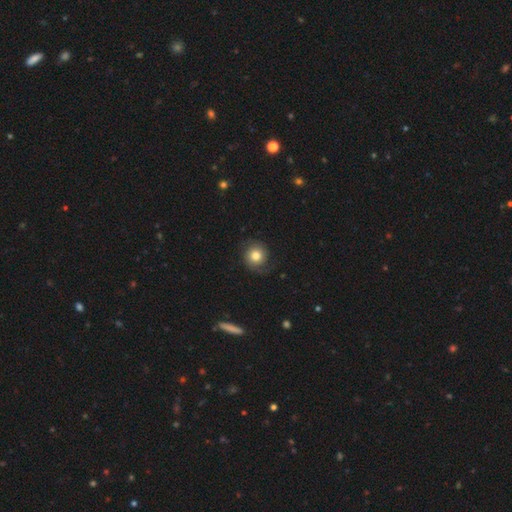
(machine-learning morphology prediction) Smooth or featured: smooth — 59% (featured or disk — 32%)
How rounded: round — 87% (in between — 13%)
Merging: none — 69% (minor disturbance — 18%)